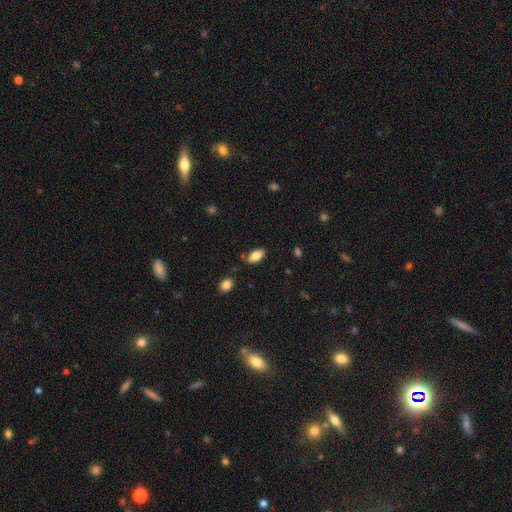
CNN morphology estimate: Smooth or featured?
  - smooth: 82% *
  - featured or disk: 11%
  - star or artifact: 7%
How rounded?
  - in between: 92% *
  - cigar-shaped: 6%
  - round: 3%
Merging?
  - none: 81% *
  - minor disturbance: 13%
  - merger: 3%
  - major disturbance: 3%